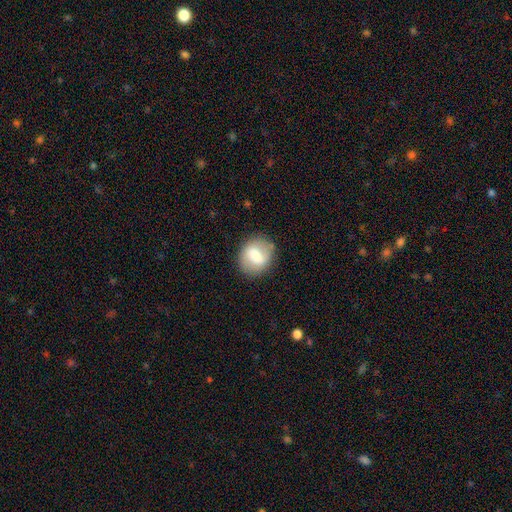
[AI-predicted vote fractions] Smooth or featured? Predicted: smooth (p=0.61). How rounded? Predicted: round (p=0.64). Merging? Predicted: none (p=0.81).